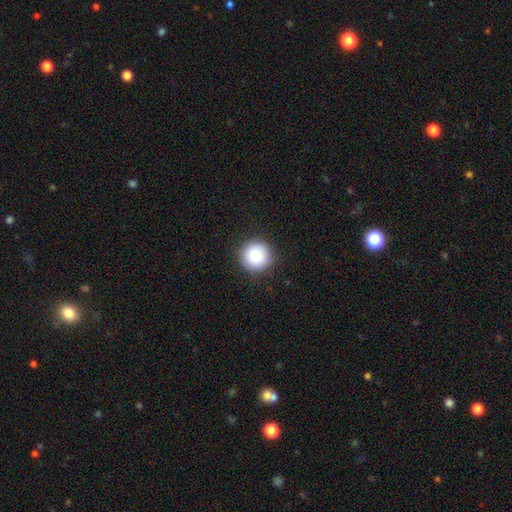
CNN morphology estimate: Smooth or featured: smooth — 86% (star or artifact — 8%)
How rounded: round — 95% (in between — 4%)
Merging: none — 90% (minor disturbance — 7%)